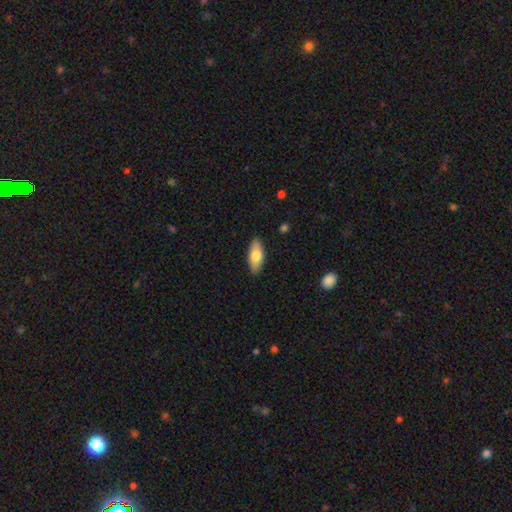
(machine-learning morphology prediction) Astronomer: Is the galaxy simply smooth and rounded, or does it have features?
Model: smooth — 75%.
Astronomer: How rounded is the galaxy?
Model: in between — 80%.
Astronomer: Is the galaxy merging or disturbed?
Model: none — 88%.